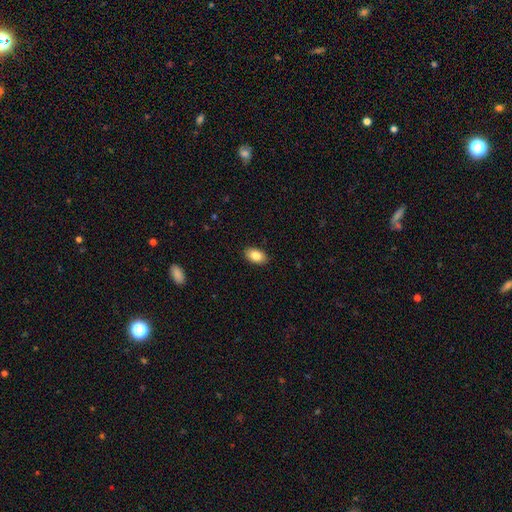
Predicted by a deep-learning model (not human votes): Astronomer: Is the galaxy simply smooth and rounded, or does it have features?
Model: smooth — 85%.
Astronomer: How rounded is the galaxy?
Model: in between — 91%.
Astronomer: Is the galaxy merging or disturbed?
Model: none — 90%.